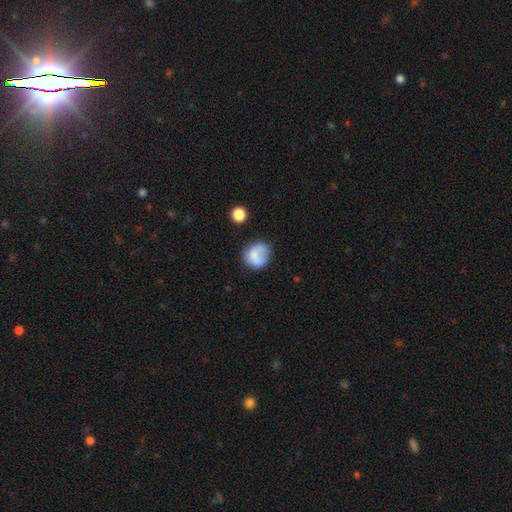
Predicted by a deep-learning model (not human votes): smooth_or_featured: smooth (p=0.73) [alt: featured or disk p=0.17]
how_rounded: round (p=0.68) [alt: in between p=0.31]
merging: none (p=0.47) [alt: minor disturbance p=0.27]